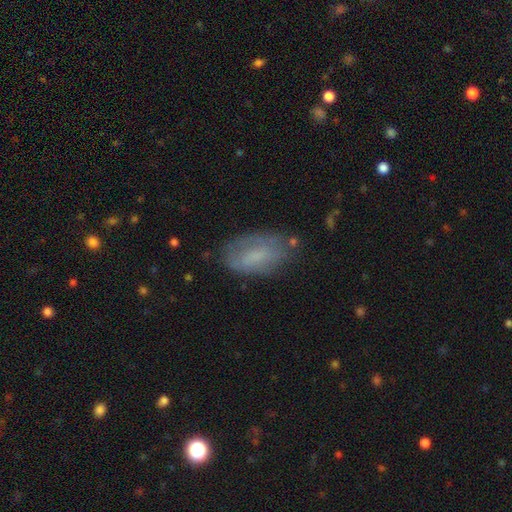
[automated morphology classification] This appears to be a smooth galaxy with no disk features (60%) that is in between round and cigar-shaped (91%). Merging: none (62%).